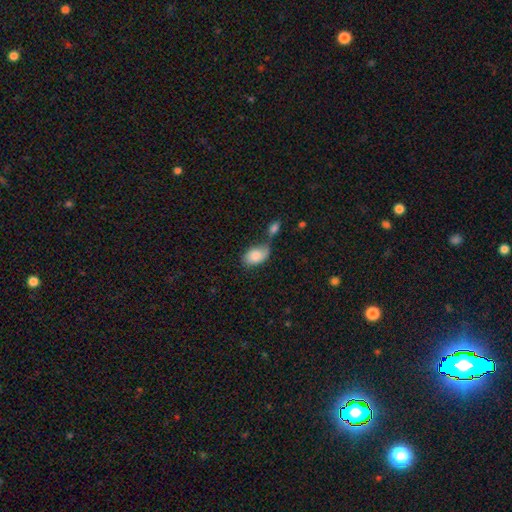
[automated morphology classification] Overall: smooth (83%). How rounded: in between (91%). Merging: none (39%; merger 29%).